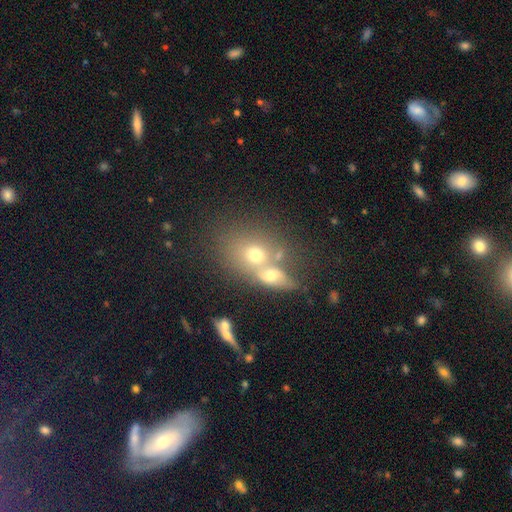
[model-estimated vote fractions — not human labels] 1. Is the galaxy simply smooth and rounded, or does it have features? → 61% smooth, 24% featured or disk, 15% star or artifact.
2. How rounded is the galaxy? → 53% round, 45% in between, 2% cigar-shaped.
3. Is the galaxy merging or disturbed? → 57% merger, 29% none, 8% minor disturbance, 6% major disturbance.